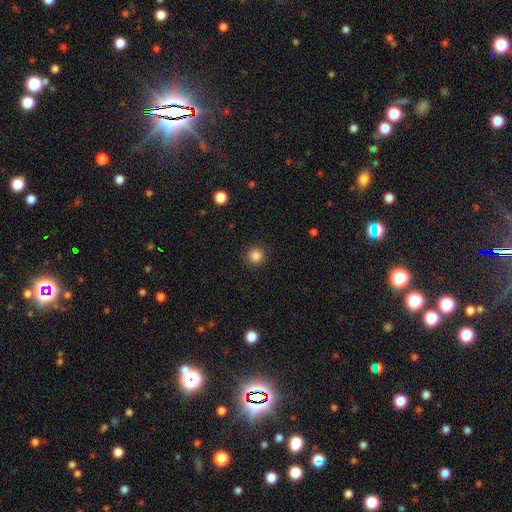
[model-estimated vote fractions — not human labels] Overall: smooth (85%). How rounded: round (94%). Merging: none (91%).